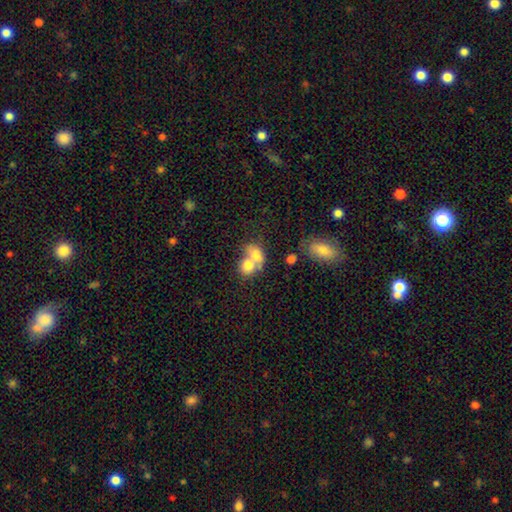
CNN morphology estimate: Smooth or featured? smooth (73%)
How rounded? in between (60%)
Merging? merger (68%)